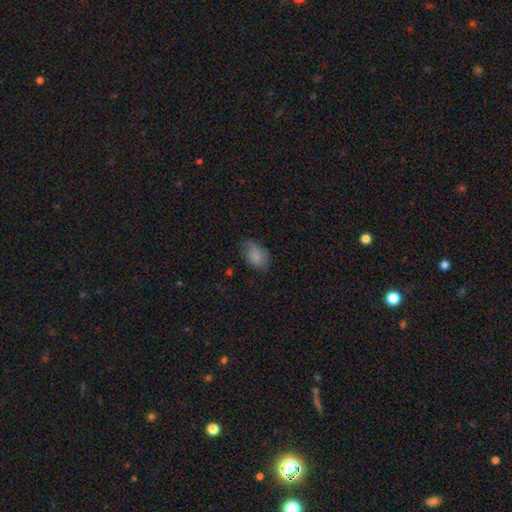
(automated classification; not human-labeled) Overall: smooth (83%). How rounded: in between (83%). Merging: none (59%; minor disturbance 32%).